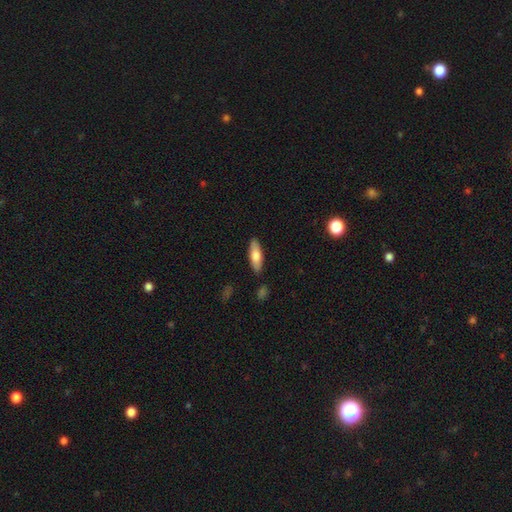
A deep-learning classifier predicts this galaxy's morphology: Smooth or featured? smooth (72%)
How rounded? in between (57%)
Merging? none (86%)